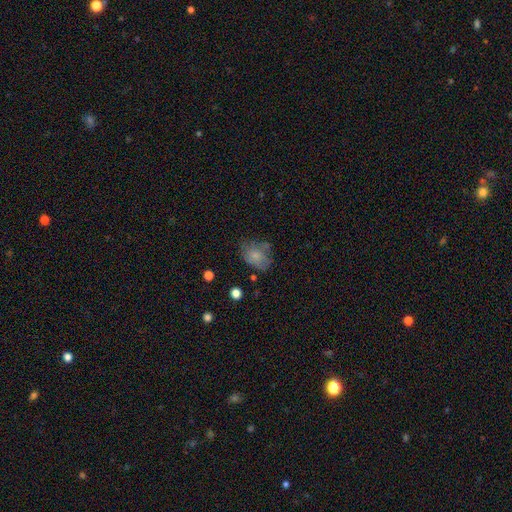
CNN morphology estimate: smooth_or_featured: smooth (p=0.72) [alt: featured or disk p=0.19]
how_rounded: in between (p=0.65) [alt: round p=0.34]
merging: none (p=0.49) [alt: minor disturbance p=0.30]